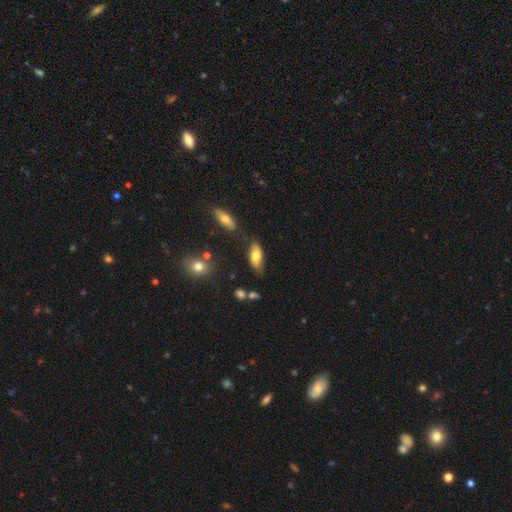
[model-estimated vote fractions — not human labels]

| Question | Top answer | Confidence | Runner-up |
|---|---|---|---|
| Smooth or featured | smooth | 72% | featured or disk (21%) |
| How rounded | in between | 82% | cigar-shaped (15%) |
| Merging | none | 65% | minor disturbance (23%) |